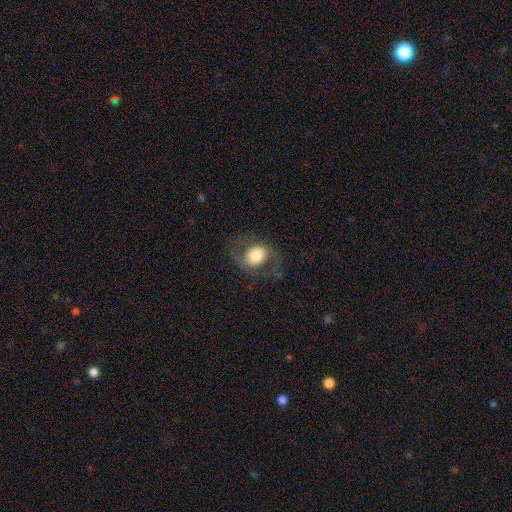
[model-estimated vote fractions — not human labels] This is possibly a featured or disk galaxy (48%). Merging: likely none (67%).